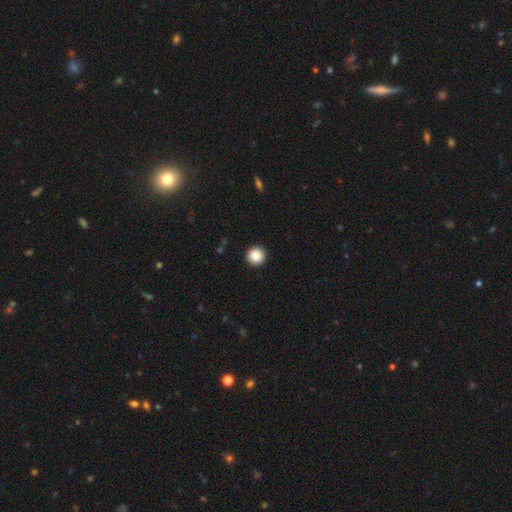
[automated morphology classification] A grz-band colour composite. It shows a smooth galaxy with no disk features (87%) that is round (96%). Merging: none (93%).